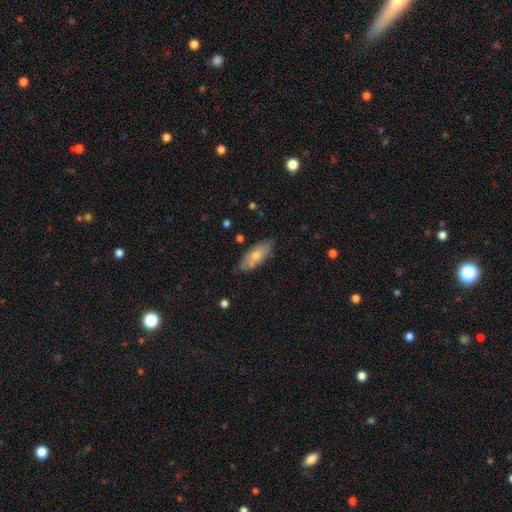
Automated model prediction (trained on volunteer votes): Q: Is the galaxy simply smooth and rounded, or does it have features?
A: smooth — 70%.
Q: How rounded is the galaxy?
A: in between — 80%.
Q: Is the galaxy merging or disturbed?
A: none — 76%.